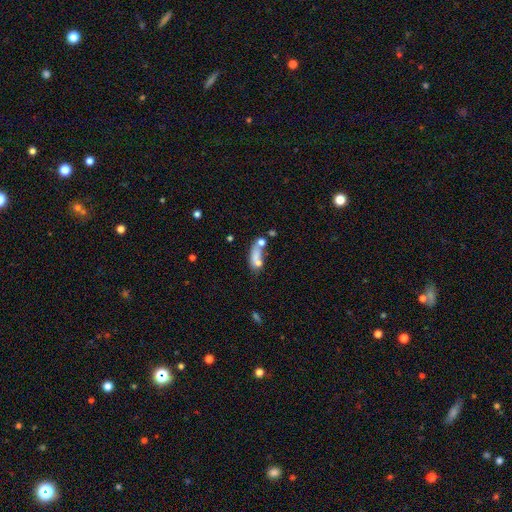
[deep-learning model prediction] The model was most divided on "merging": merger: 36%, none: 32%, minor disturbance: 17%, major disturbance: 16%. More confident: how rounded — in between (66%); smooth or featured — smooth (65%).